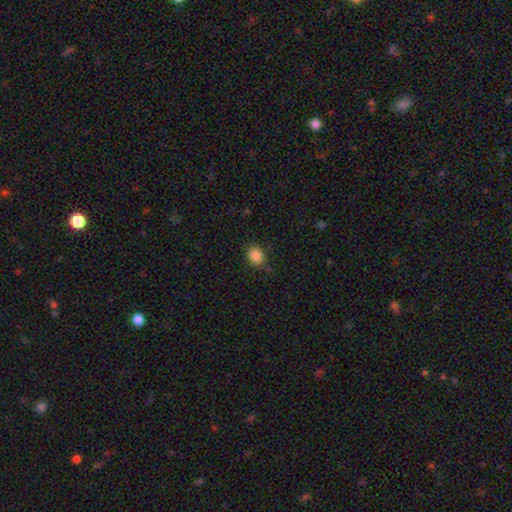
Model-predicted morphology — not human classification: smooth 86%, star or artifact 10%, featured or disk 4%. Down the decision tree: how rounded — round (51%); merging — none (85%).